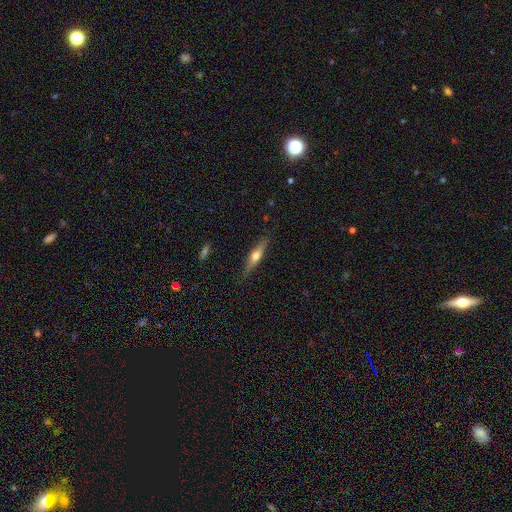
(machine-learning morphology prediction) This appears to be a featured or disk galaxy (53%) viewed edge-on (93%). Merging: none (86%).